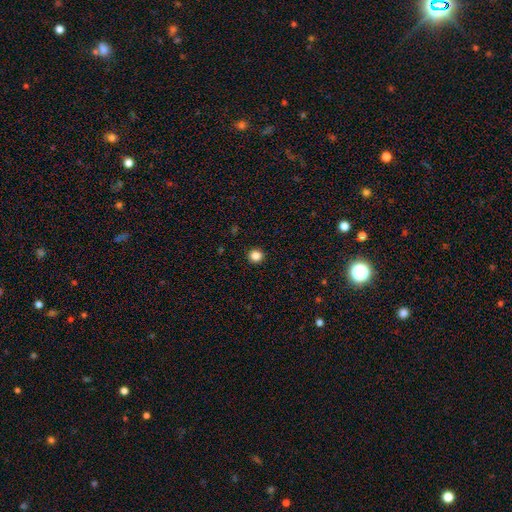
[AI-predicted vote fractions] Q: Smooth or featured?
A: smooth (85%); runner-up: star or artifact (11%)
Q: How rounded?
A: round (93%); runner-up: in between (6%)
Q: Merging?
A: none (93%); runner-up: minor disturbance (4%)